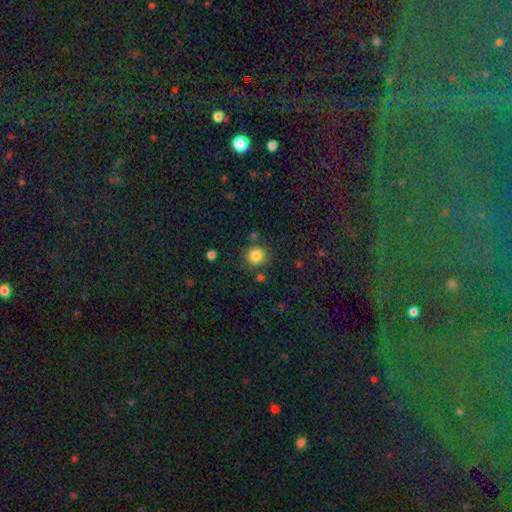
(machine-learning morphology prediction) A smooth galaxy with no disk features (84%) that is round (90%).

Vote fractions:
- Smooth or featured? smooth: 84% / star or artifact: 11% / featured or disk: 5%
- How rounded? round: 90% / in between: 9% / cigar-shaped: 1%
- Merging? none: 81% / minor disturbance: 9% / merger: 6% / major disturbance: 3%